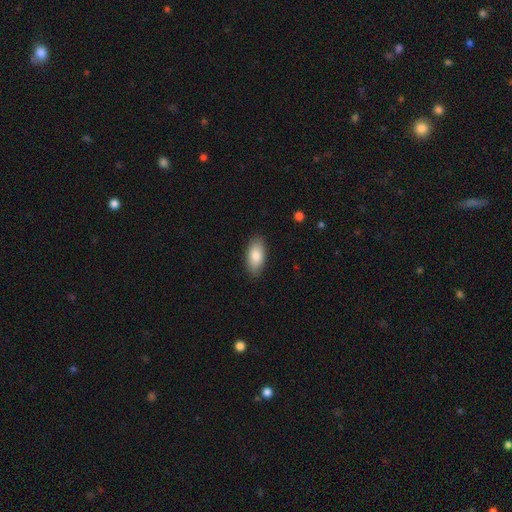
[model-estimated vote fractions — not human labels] Overall: smooth (84%). How rounded: in between (91%). Merging: none (86%).